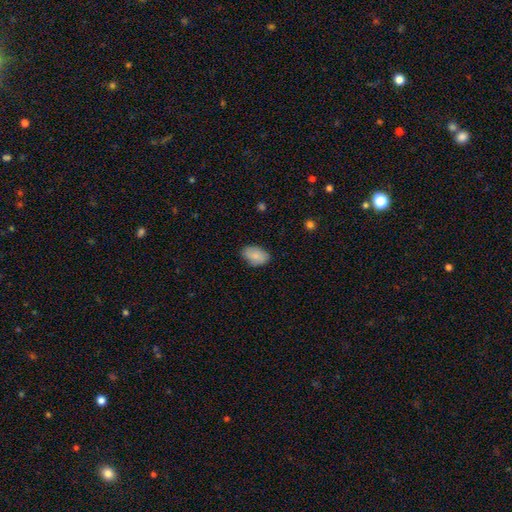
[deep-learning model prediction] smooth 85%, featured or disk 9%, star or artifact 6%. Down the decision tree: how rounded — in between (90%); merging — none (81%).